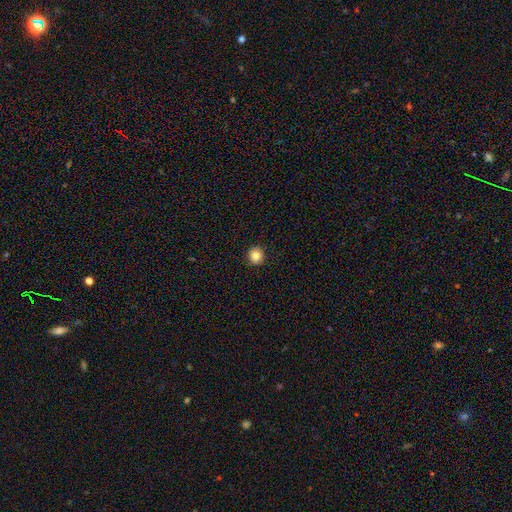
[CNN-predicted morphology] This appears to be a smooth galaxy with no disk features (83%) that is round (93%). Merging: none (92%).